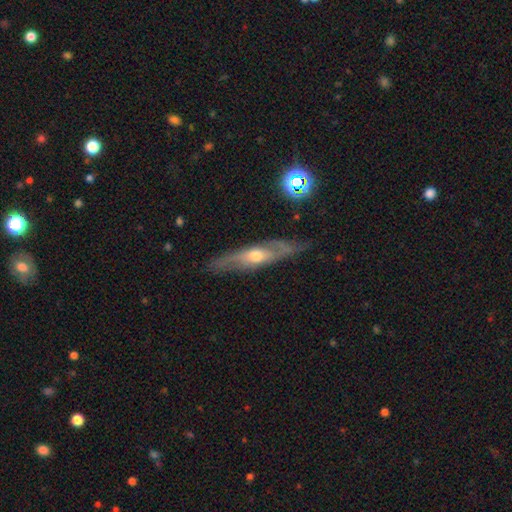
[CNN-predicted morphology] The model was most divided on "edge-on disk": yes: 57%, no: 43%. More confident: merging — none (77%); smooth or featured — featured or disk (69%).